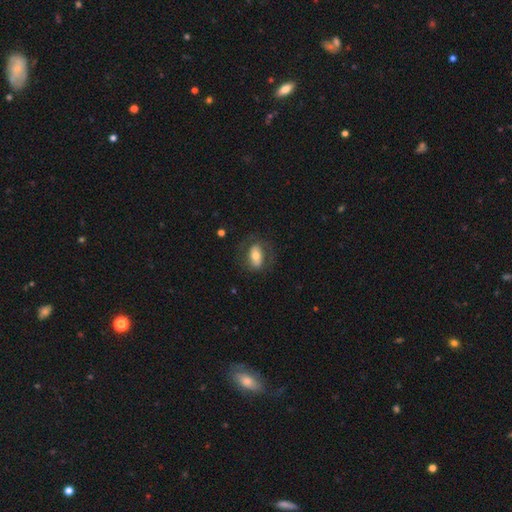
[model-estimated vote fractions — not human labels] Smooth or featured? Predicted: smooth (p=0.59). How rounded? Predicted: in between (p=0.85). Merging? Predicted: none (p=0.69).